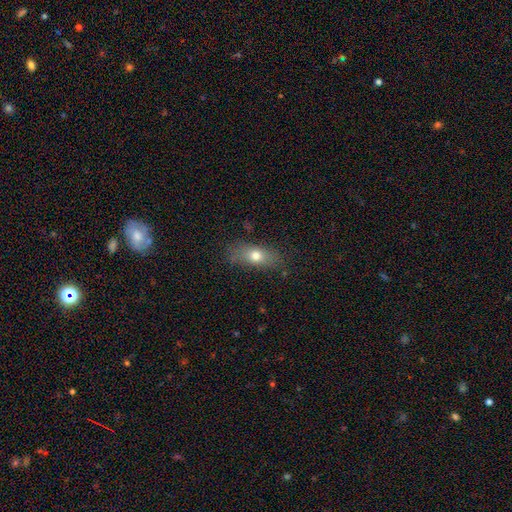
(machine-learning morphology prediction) Smooth or featured?
  - smooth: 71% *
  - featured or disk: 18%
  - star or artifact: 10%
How rounded?
  - in between: 72% *
  - cigar-shaped: 17%
  - round: 12%
Merging?
  - none: 75% *
  - minor disturbance: 17%
  - major disturbance: 6%
  - merger: 2%